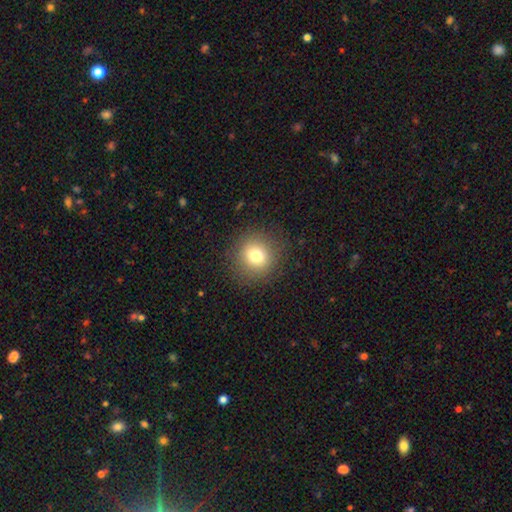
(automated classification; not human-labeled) Smooth or featured: smooth — 77% (star or artifact — 13%)
How rounded: round — 91% (in between — 8%)
Merging: none — 89% (minor disturbance — 7%)